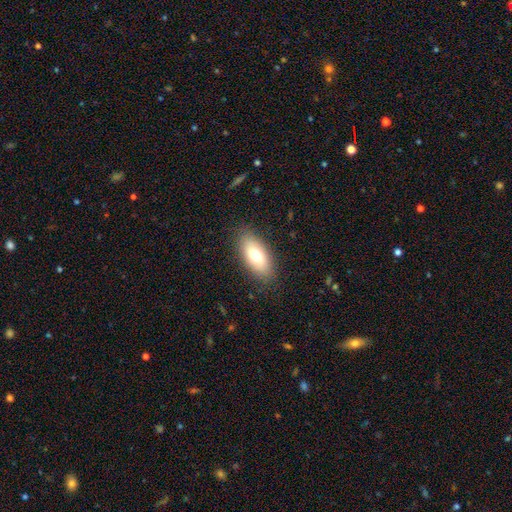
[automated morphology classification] The model was most divided on "smooth or featured": smooth: 72%, featured or disk: 21%, star or artifact: 7%. More confident: how rounded — in between (86%); merging — none (86%).